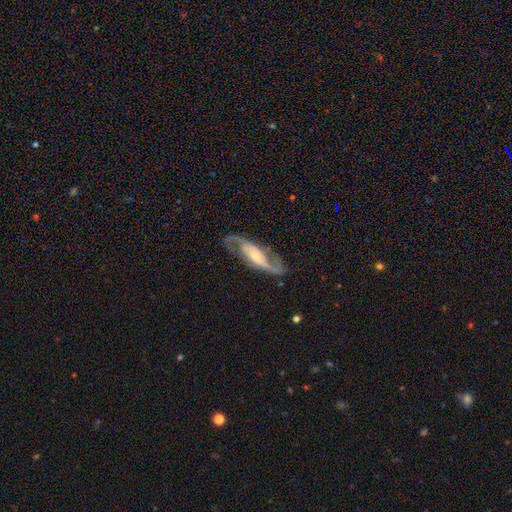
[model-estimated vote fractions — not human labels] This appears to be a featured or disk galaxy (88%) with no bar (40%), 2 (92%) medium (50%) spiral arms (97%) and a small central bulge (52%). Merging: none (80%).